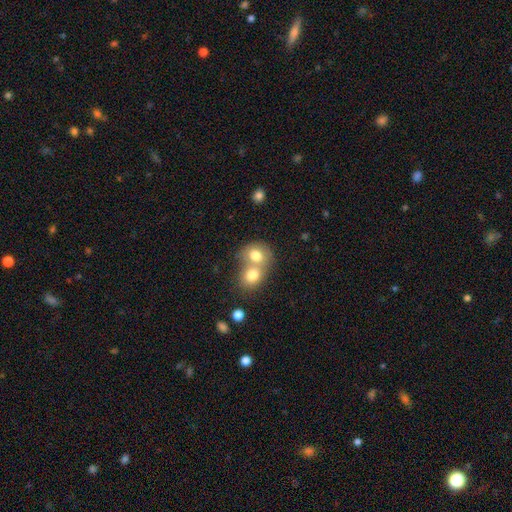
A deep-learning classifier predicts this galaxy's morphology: smooth_or_featured: smooth (p=0.74) [alt: featured or disk p=0.17]
how_rounded: round (p=0.63) [alt: in between p=0.36]
merging: merger (p=0.65) [alt: none p=0.25]